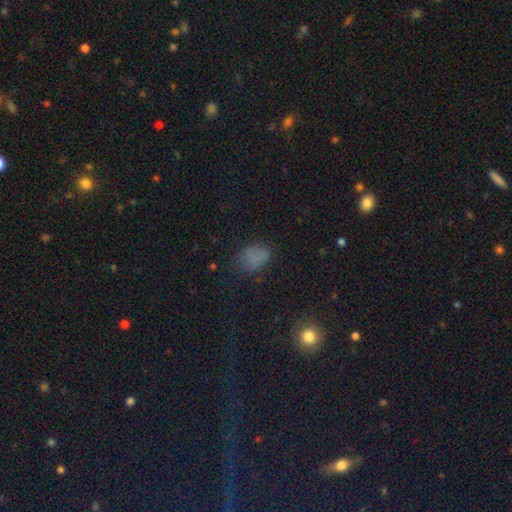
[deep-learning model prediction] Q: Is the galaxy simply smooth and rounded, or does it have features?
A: smooth — 72%.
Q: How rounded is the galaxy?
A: in between — 72%.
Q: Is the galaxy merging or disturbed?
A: none — 67%.